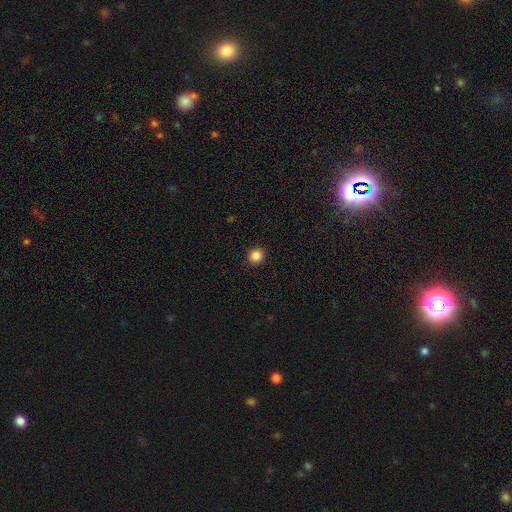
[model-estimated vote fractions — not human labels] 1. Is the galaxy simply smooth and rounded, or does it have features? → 85% smooth, 11% star or artifact, 4% featured or disk.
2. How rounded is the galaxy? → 95% round, 4% in between, 1% cigar-shaped.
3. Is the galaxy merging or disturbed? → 94% none, 4% minor disturbance, 1% major disturbance, 1% merger.